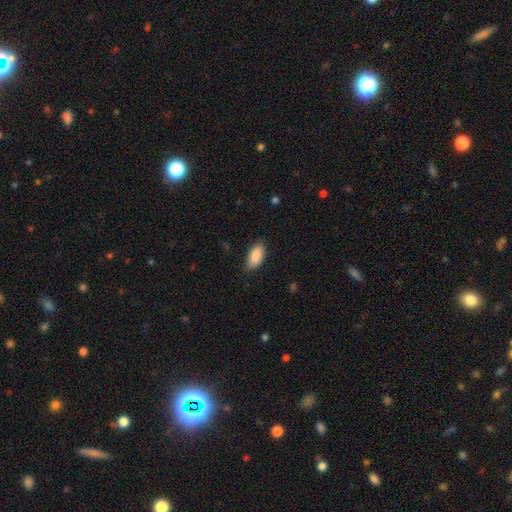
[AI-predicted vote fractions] smooth 89%, star or artifact 6%, featured or disk 5%. Down the decision tree: how rounded — in between (91%); merging — none (85%).